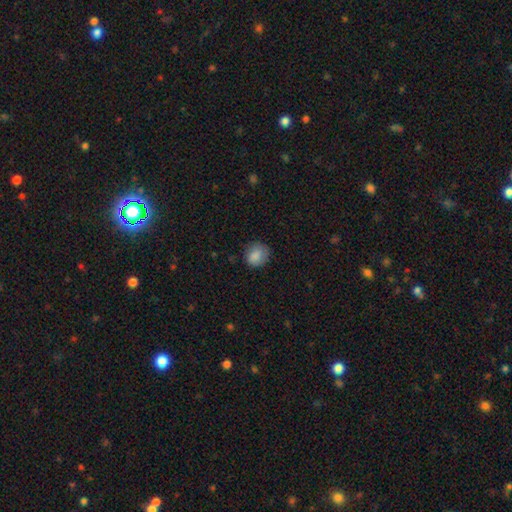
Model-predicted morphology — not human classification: Smooth or featured? smooth (86%)
How rounded? round (76%)
Merging? none (76%)